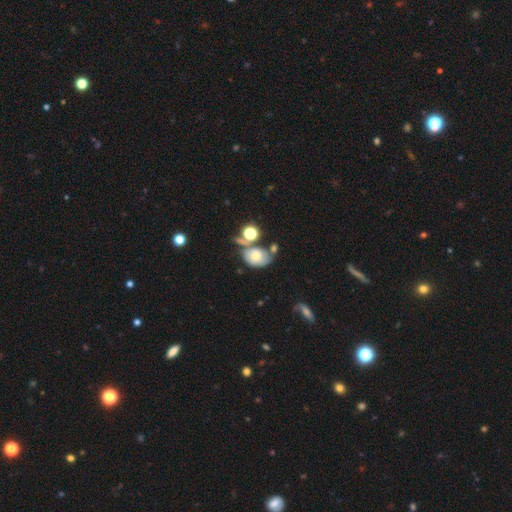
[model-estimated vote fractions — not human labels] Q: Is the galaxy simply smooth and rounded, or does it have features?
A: smooth — 46%.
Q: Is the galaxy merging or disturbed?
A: none — 38%.